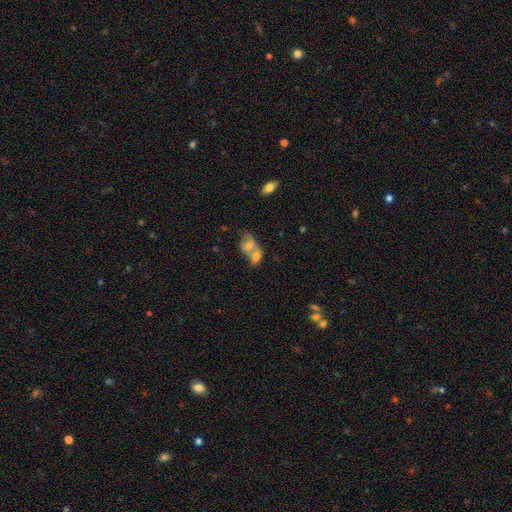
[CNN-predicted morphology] Smooth or featured? Predicted: smooth (p=0.67). How rounded? Predicted: in between (p=0.70). Merging? Predicted: merger (p=0.74).